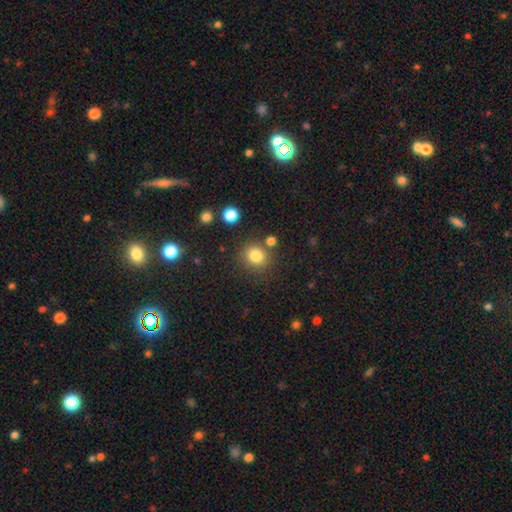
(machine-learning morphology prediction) The model was most divided on "how rounded": round: 83%, in between: 16%, cigar-shaped: 1%. More confident: smooth or featured — smooth (81%); merging — none (79%).